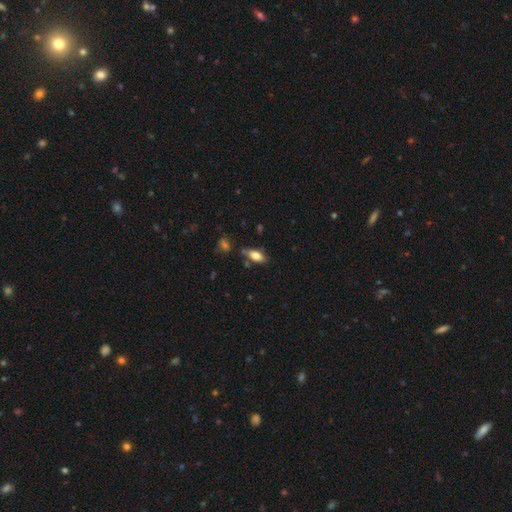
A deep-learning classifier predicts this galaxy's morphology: Smooth or featured: smooth — 78% (featured or disk — 15%)
How rounded: in between — 86% (cigar-shaped — 11%)
Merging: none — 73% (minor disturbance — 17%)